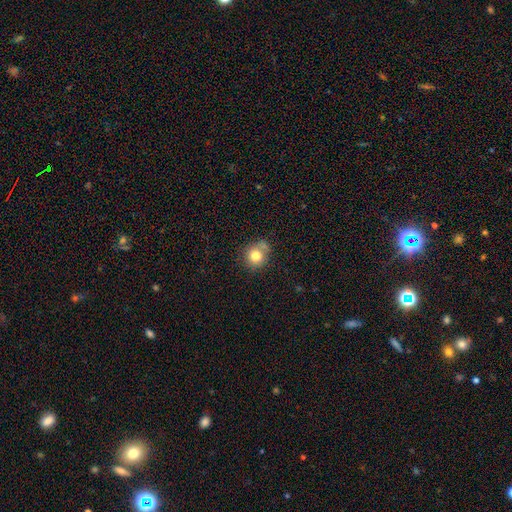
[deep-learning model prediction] Smooth or featured? smooth (79%)
How rounded? round (82%)
Merging? none (61%)